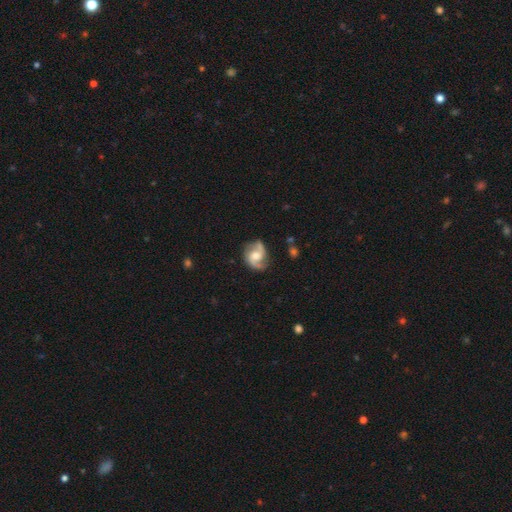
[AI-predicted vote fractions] Overall: featured or disk (82%). Edge-on disk: no (98%). Bar: no (55%; weak 37%). Spiral arms: yes (96%). Spiral arm count: 2 (90%). Spiral winding: medium (48%; loose 34%). Bulge size: moderate (66%). Merging: none (76%).